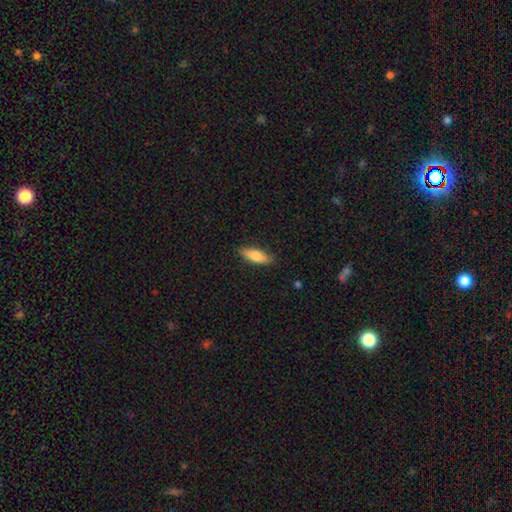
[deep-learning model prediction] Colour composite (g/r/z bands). It shows a smooth galaxy with no disk features (75%) that is in between round and cigar-shaped (57%). Merging: none (86%).